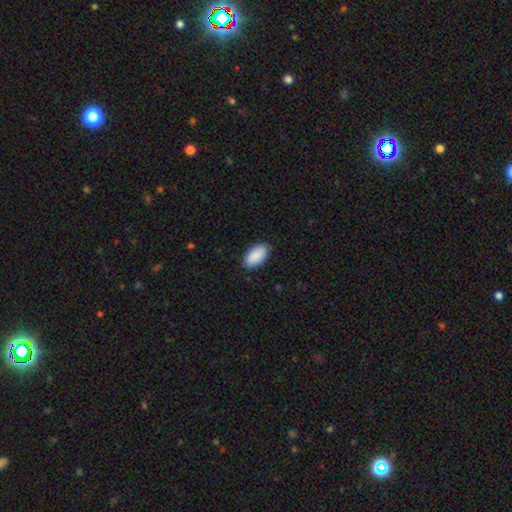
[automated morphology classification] Smooth or featured: smooth — 91% (star or artifact — 5%)
How rounded: in between — 96% (round — 2%)
Merging: none — 87% (minor disturbance — 10%)